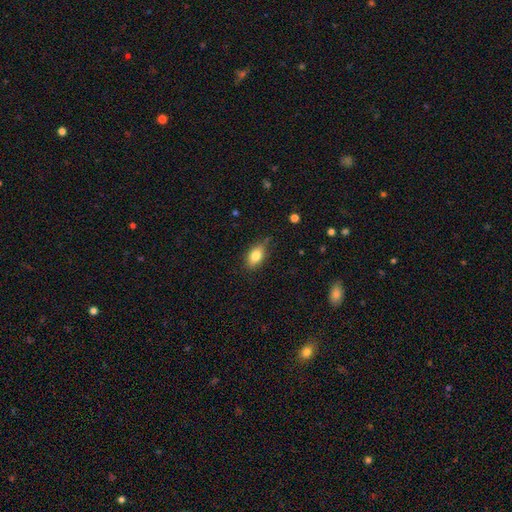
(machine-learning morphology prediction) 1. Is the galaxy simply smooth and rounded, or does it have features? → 82% smooth, 10% featured or disk, 8% star or artifact.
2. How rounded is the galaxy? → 87% in between, 9% round, 4% cigar-shaped.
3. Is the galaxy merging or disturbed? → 72% none, 22% minor disturbance, 4% major disturbance, 2% merger.